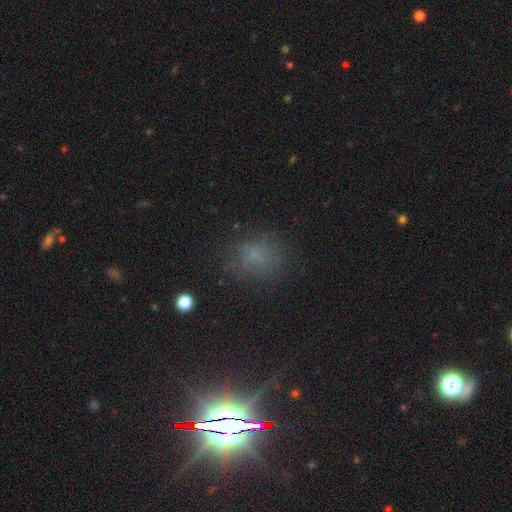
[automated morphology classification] type=smooth (61%); roundness=round (65%); merging=none (75%).